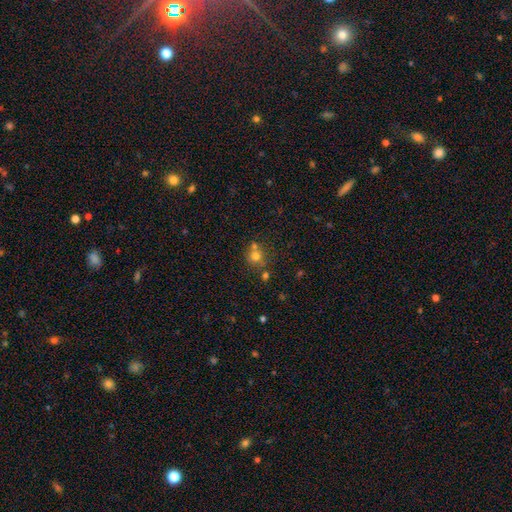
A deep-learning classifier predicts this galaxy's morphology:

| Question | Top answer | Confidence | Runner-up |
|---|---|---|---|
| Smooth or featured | smooth | 70% | star or artifact (18%) |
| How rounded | round | 85% | in between (14%) |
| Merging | none | 56% | merger (30%) |